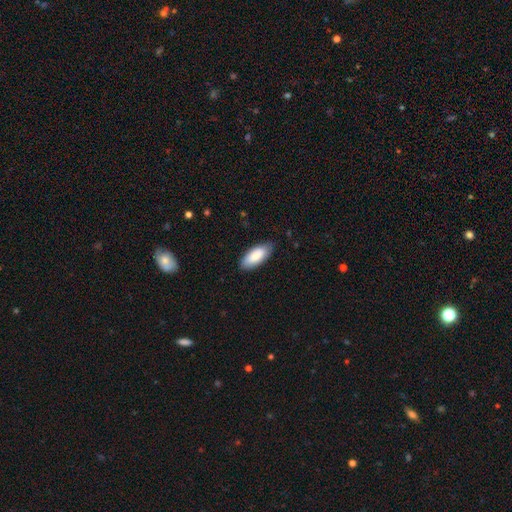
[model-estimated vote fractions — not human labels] This appears to be a smooth galaxy with no disk features (87%) that is in between round and cigar-shaped (88%). Merging: none (82%).